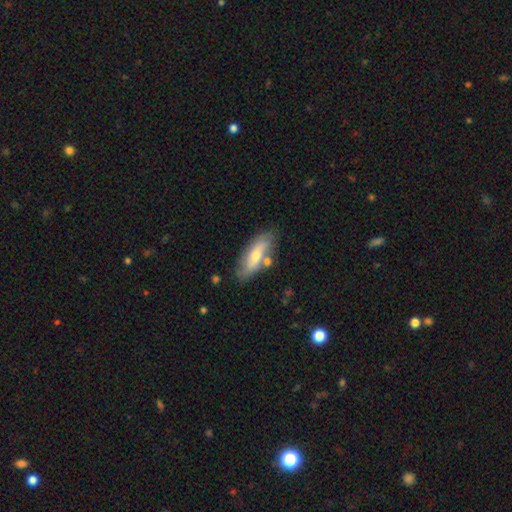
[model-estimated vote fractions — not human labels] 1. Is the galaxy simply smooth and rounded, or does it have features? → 55% smooth, 38% featured or disk, 6% star or artifact.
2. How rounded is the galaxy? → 62% in between, 35% cigar-shaped, 3% round.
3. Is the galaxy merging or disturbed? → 73% none, 15% minor disturbance, 9% merger, 3% major disturbance.